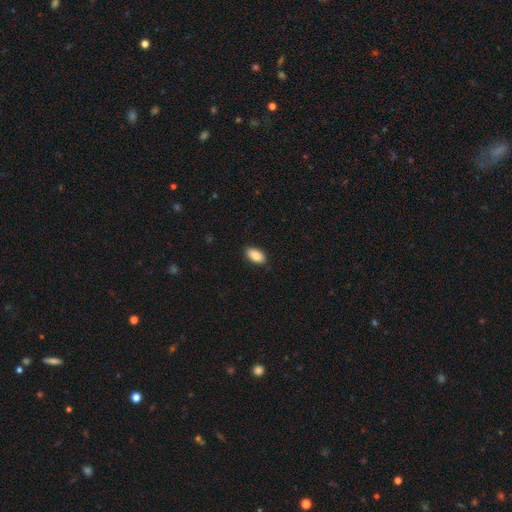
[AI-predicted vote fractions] Smooth or featured? smooth (88%)
How rounded? in between (93%)
Merging? none (87%)